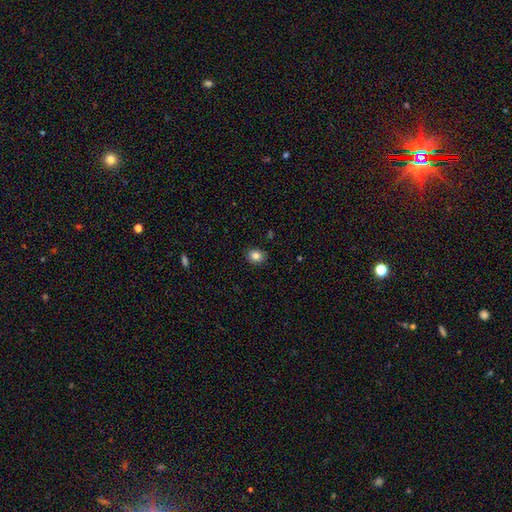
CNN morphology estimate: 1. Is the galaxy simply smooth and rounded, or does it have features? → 83% smooth, 10% star or artifact, 7% featured or disk.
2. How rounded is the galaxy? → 59% round, 40% in between, 1% cigar-shaped.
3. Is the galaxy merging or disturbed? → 88% none, 9% minor disturbance, 2% major disturbance, 1% merger.